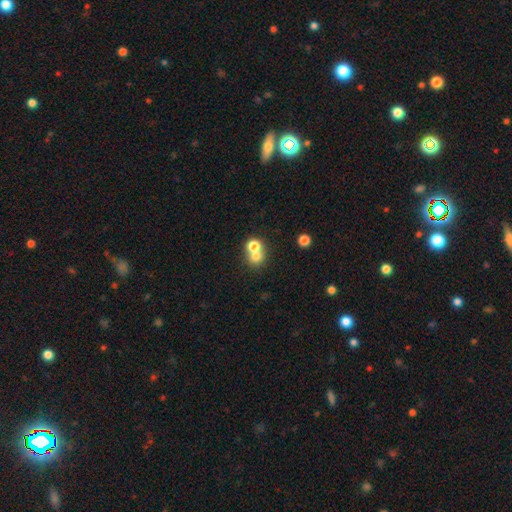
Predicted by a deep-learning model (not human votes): smooth_or_featured: smooth (p=0.72) [alt: star or artifact p=0.15]
how_rounded: round (p=0.82) [alt: in between p=0.17]
merging: merger (p=0.47) [alt: none p=0.44]